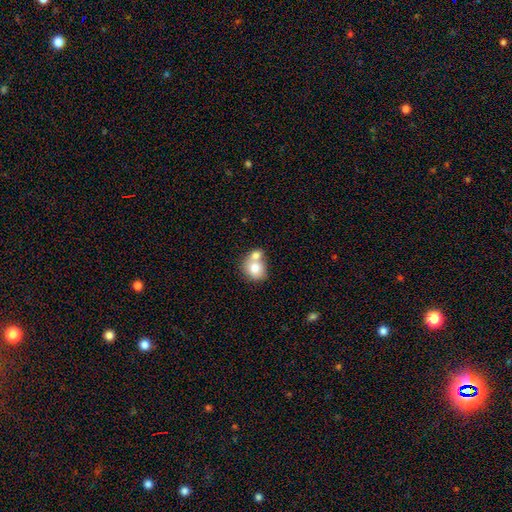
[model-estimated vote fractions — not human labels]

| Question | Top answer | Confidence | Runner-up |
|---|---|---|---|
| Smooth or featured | smooth | 76% | featured or disk (16%) |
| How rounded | round | 68% | in between (31%) |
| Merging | merger | 60% | none (29%) |